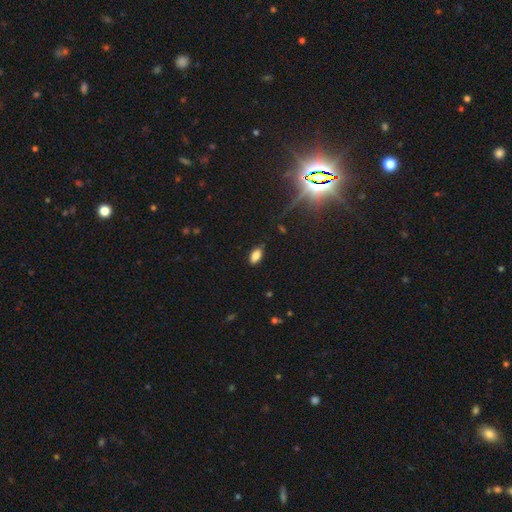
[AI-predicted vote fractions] A smooth galaxy with no disk features (83%) that is in between round and cigar-shaped (91%). Merging: none (83%).